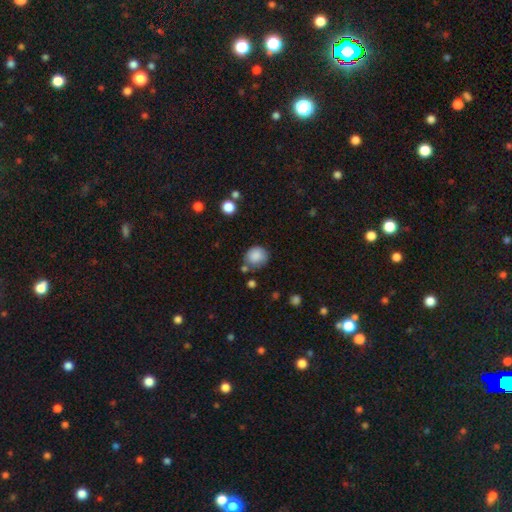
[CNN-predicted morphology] This appears to be a smooth galaxy with no disk features (86%) that is round (82%). Merging: none (69%).